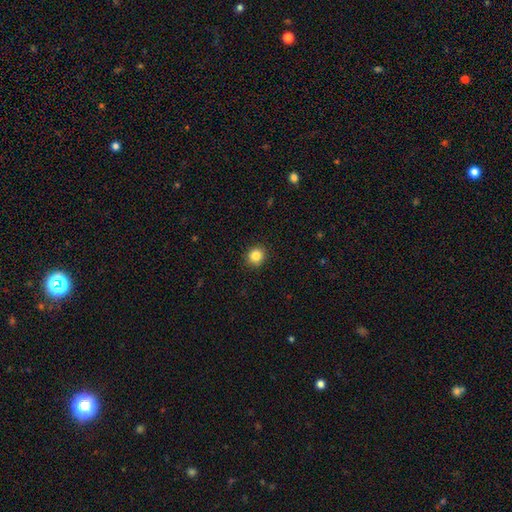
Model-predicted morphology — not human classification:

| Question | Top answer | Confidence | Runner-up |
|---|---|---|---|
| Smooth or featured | smooth | 84% | star or artifact (11%) |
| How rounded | round | 86% | in between (13%) |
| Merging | none | 92% | minor disturbance (6%) |